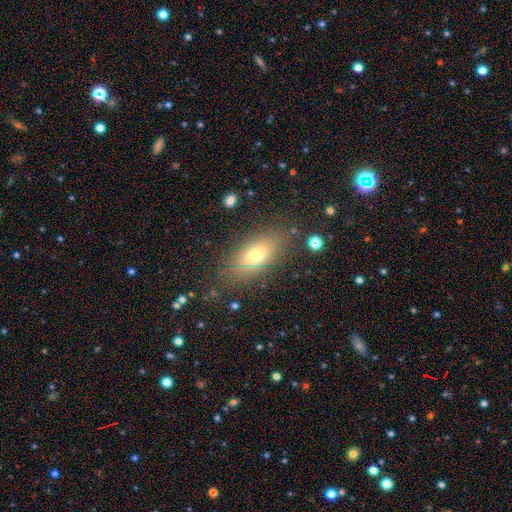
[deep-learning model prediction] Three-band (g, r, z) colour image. It shows a smooth galaxy with no disk features (62%) that is in between round and cigar-shaped (78%). Merging: none (82%).